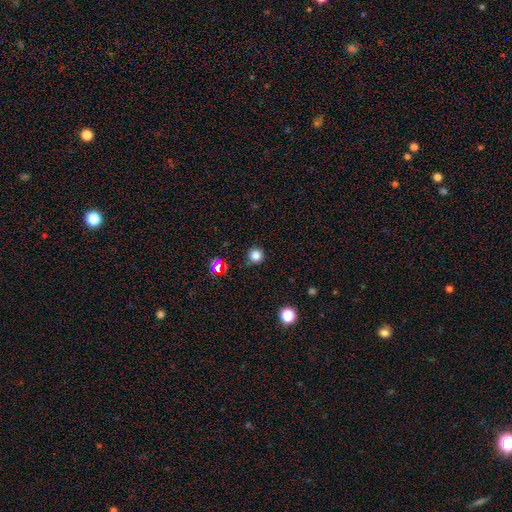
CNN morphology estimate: Smooth or featured?
  - smooth: 81% *
  - star or artifact: 15%
  - featured or disk: 4%
How rounded?
  - round: 96% *
  - in between: 3%
  - cigar-shaped: 1%
Merging?
  - none: 90% *
  - minor disturbance: 6%
  - major disturbance: 2%
  - merger: 2%